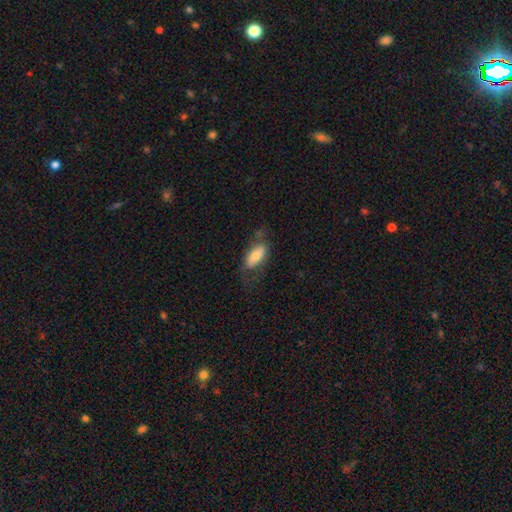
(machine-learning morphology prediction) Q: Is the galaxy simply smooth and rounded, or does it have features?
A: smooth — 68%.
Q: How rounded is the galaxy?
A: in between — 83%.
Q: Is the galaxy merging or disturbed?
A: none — 57%.